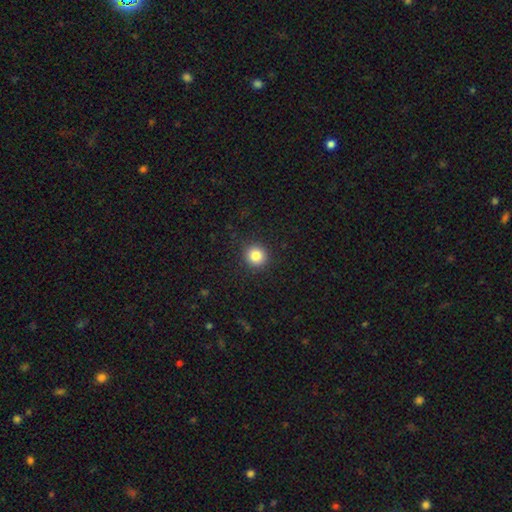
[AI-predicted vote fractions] smooth-or-featured: smooth: 84% | star or artifact: 11% | featured or disk: 5%
  how-rounded: round: 93% | in between: 6% | cigar-shaped: 1%
  merging: none: 91% | minor disturbance: 6% | major disturbance: 2% | merger: 1%